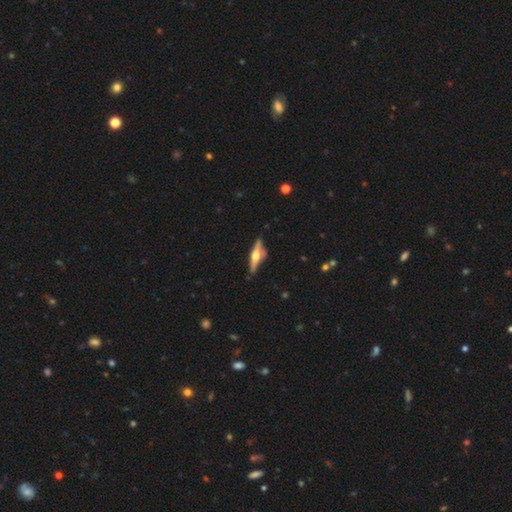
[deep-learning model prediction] Q: Smooth or featured?
A: featured or disk (67%); runner-up: smooth (27%)
Q: Edge-on disk?
A: yes (94%); runner-up: no (6%)
Q: Edge-on bulge?
A: rounded (93%); runner-up: boxy (5%)
Q: Merging?
A: none (71%); runner-up: minor disturbance (16%)